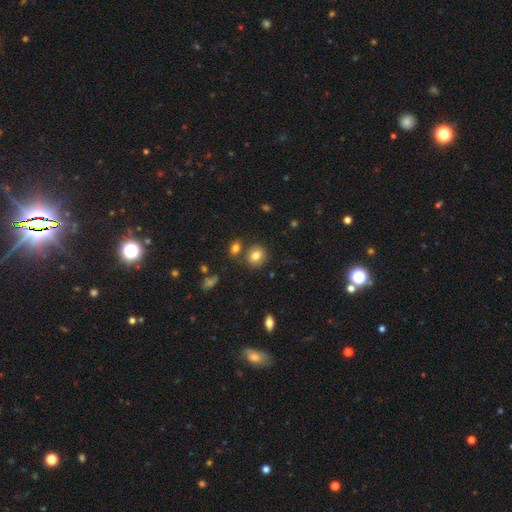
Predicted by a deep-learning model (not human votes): Smooth or featured? Predicted: smooth (p=0.81). How rounded? Predicted: round (p=0.72). Merging? Predicted: none (p=0.75).